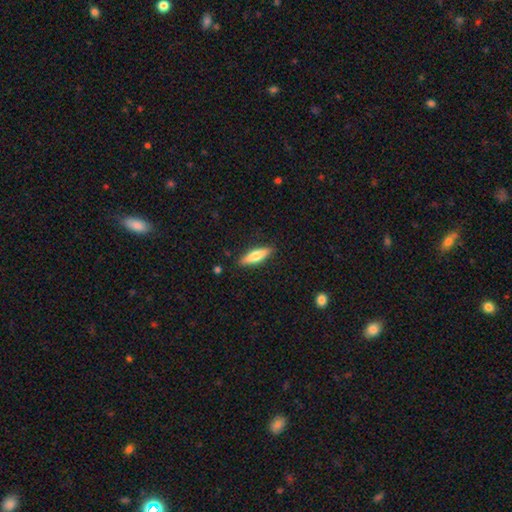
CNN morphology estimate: This appears to be a smooth galaxy with no disk features (65%) that is cigar-shaped (60%). Merging: none (88%).